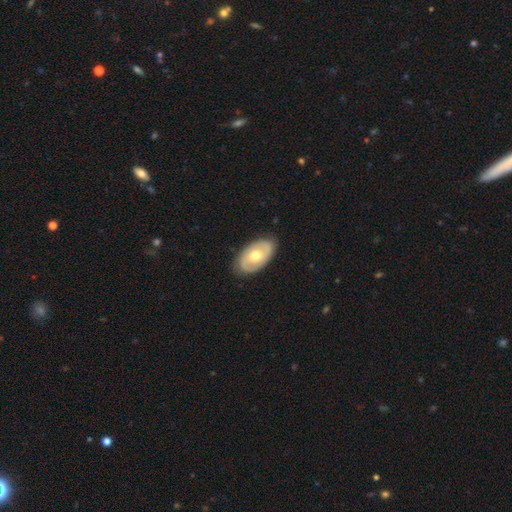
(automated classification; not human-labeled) Smooth or featured: featured or disk — 57% (smooth — 38%)
Edge-on disk: no — 92% (yes — 8%)
Bar: no — 75% (weak — 20%)
Spiral arms: yes — 55% (no — 45%)
Bulge size: moderate — 75% (small — 18%)
Merging: none — 82% (minor disturbance — 13%)